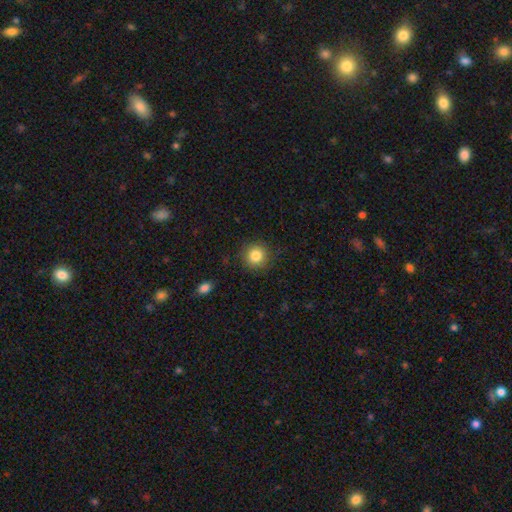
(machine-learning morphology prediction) Smooth or featured? Predicted: smooth (p=0.84). How rounded? Predicted: round (p=0.93). Merging? Predicted: none (p=0.87).